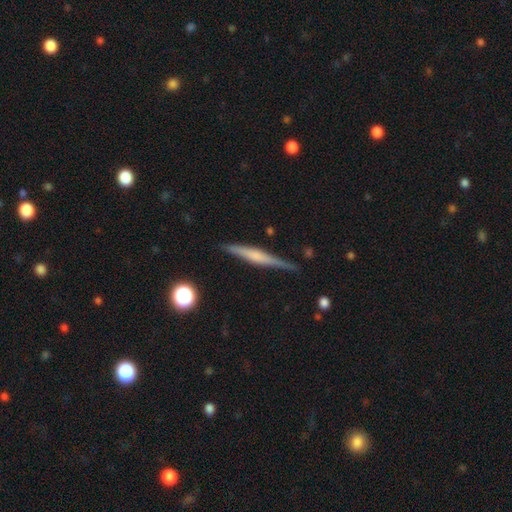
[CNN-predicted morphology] A featured or disk galaxy (62%) viewed edge-on (98%) with a rounded central bulge (48%).

Vote fractions:
- Smooth or featured? featured or disk: 62% / smooth: 32% / star or artifact: 7%
- Edge-on disk? yes: 98% / no: 2%
- Edge-on bulge? rounded: 48% / none: 27% / boxy: 25%
- Merging? none: 86% / minor disturbance: 10% / major disturbance: 2% / merger: 2%